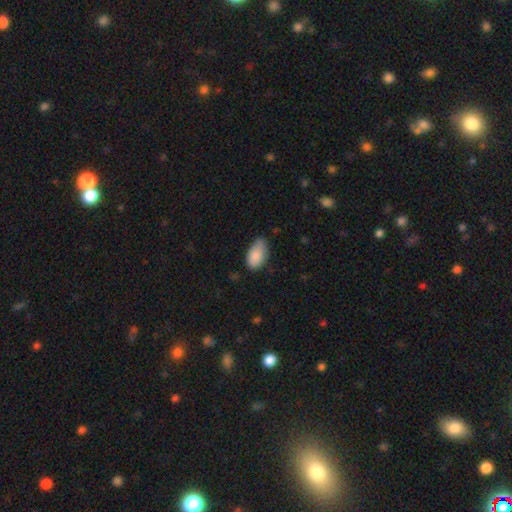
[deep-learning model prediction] smooth 87%, featured or disk 7%, star or artifact 6%. Down the decision tree: how rounded — in between (94%); merging — none (62%).